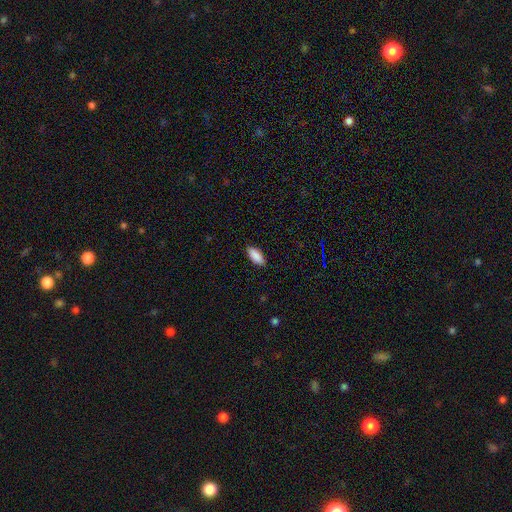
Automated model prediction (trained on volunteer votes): This is clearly a smooth galaxy (90%). How rounded: clearly in between (89%). Merging: clearly none (87%).